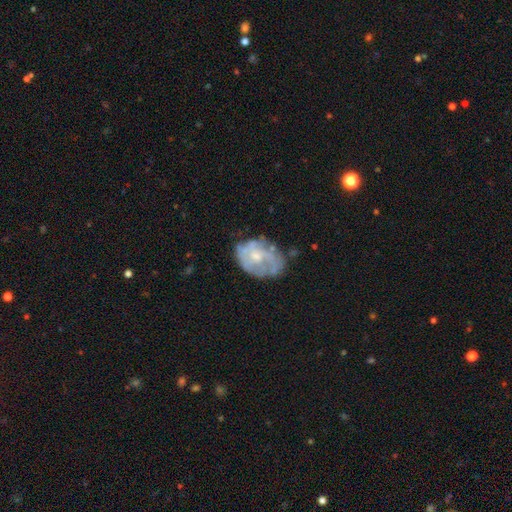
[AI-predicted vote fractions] Morphology: type=featured or disk (63%); edge-on=no (97%); bar=no (76%); spiral arms=no (51%); bulge=small (49%); merging=none (55%).